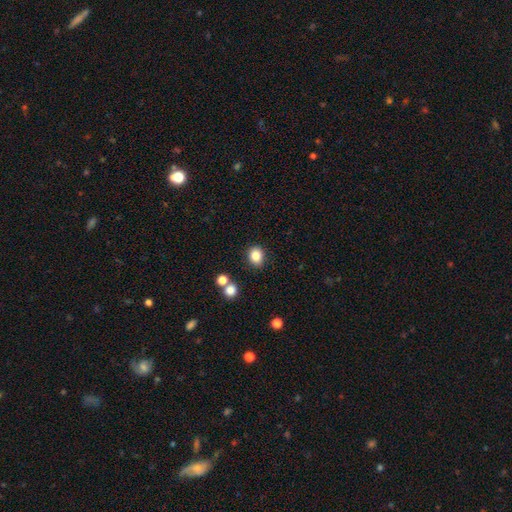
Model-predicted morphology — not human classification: Overall: smooth (85%). How rounded: round (59%; in between 40%). Merging: none (83%).